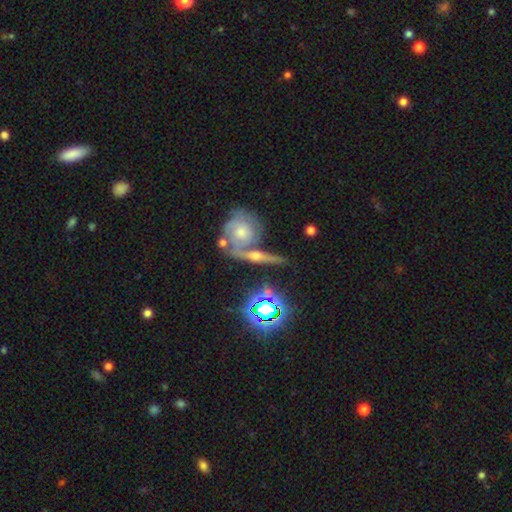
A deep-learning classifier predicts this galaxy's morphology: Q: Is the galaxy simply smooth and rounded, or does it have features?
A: featured or disk — 60%.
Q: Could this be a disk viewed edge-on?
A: yes — 57%.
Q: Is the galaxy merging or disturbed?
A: none — 42%.